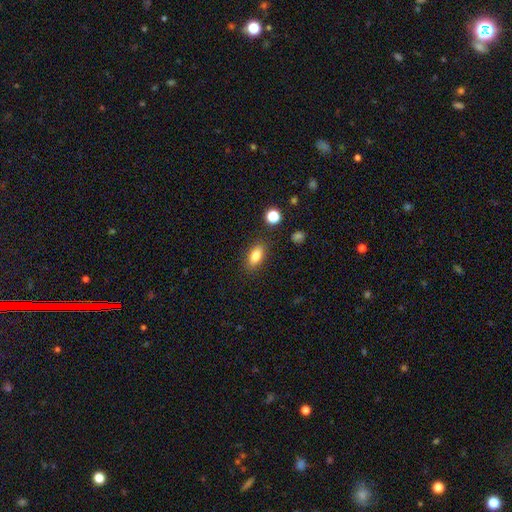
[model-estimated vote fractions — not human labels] Smooth or featured? Predicted: smooth (p=0.82). How rounded? Predicted: in between (p=0.84). Merging? Predicted: none (p=0.85).